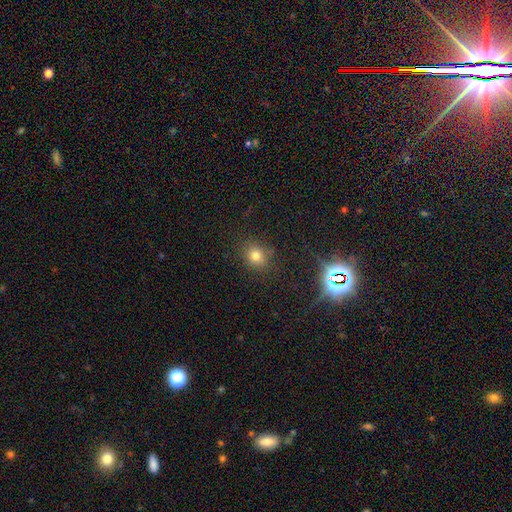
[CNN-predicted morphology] Overall: smooth (73%). How rounded: round (71%). Merging: none (81%).